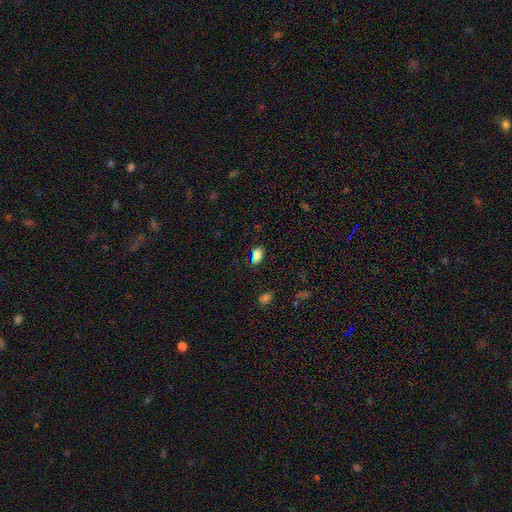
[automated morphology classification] smooth 75%, star or artifact 19%, featured or disk 6%. Down the decision tree: how rounded — in between (86%); merging — none (80%).